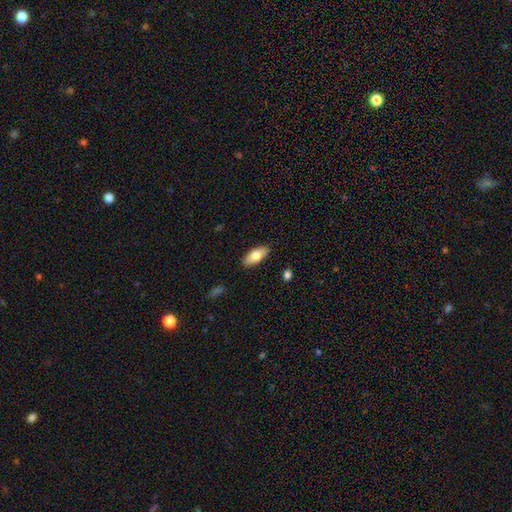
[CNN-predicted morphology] type=smooth (78%); roundness=in between (86%); merging=none (88%).